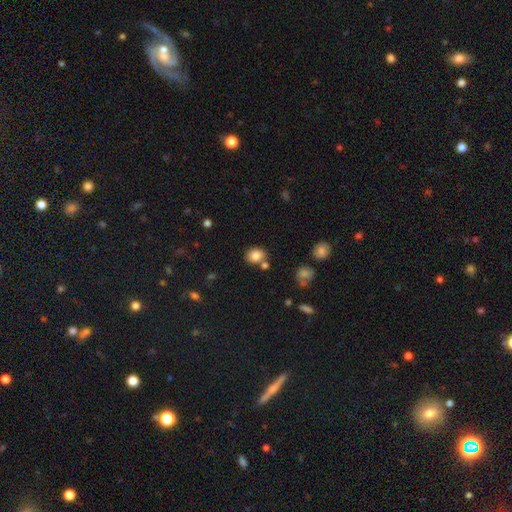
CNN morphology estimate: Smooth or featured: smooth — 84% (star or artifact — 10%)
How rounded: round — 58% (in between — 41%)
Merging: none — 68% (merger — 14%)